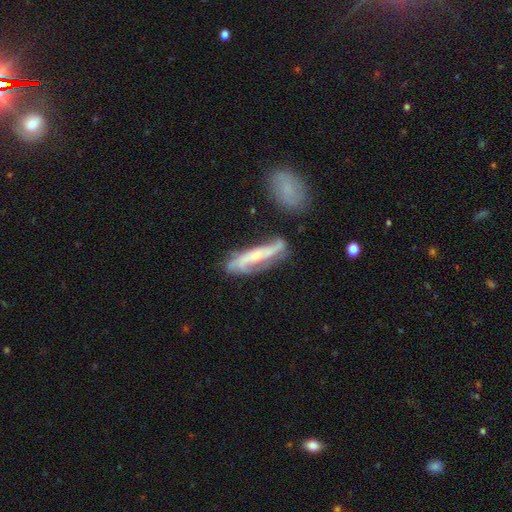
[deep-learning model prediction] smooth_or_featured: featured or disk (p=0.74) [alt: smooth p=0.19]
disk_edge_on: no (p=0.72) [alt: yes p=0.28]
bar: no (p=0.42) [alt: strong p=0.29]
has_spiral_arms: yes (p=0.88) [alt: no p=0.12]
bulge_size: small (p=0.64) [alt: moderate p=0.29]
merging: none (p=0.60) [alt: minor disturbance p=0.23]